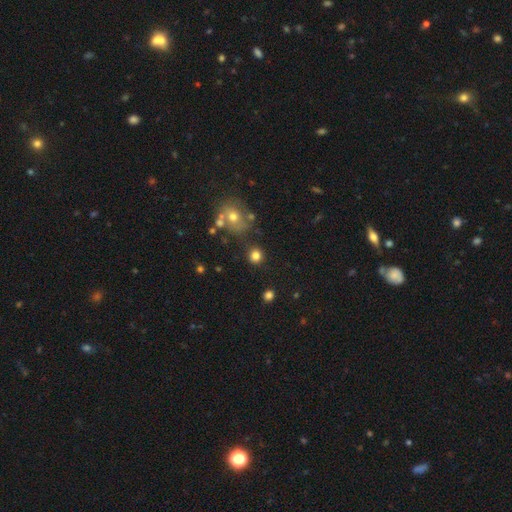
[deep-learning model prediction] Smooth or featured: smooth — 80% (star or artifact — 13%)
How rounded: round — 89% (in between — 10%)
Merging: none — 82% (minor disturbance — 9%)